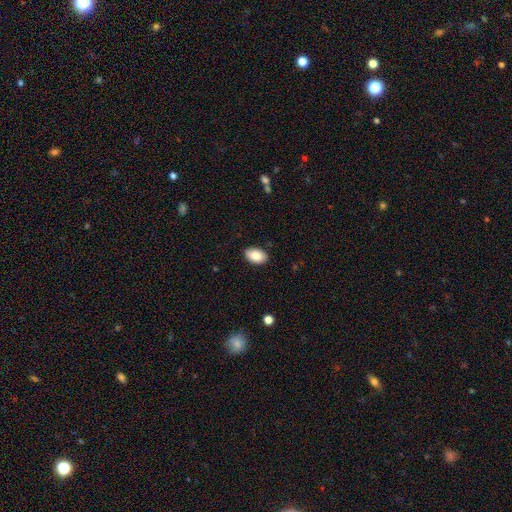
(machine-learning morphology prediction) A smooth galaxy with no disk features (85%) that is in between round and cigar-shaped (91%).

Vote fractions:
- Smooth or featured? smooth: 85% / featured or disk: 8% / star or artifact: 7%
- How rounded? in between: 91% / round: 7% / cigar-shaped: 1%
- Merging? none: 85% / minor disturbance: 12% / major disturbance: 2% / merger: 1%